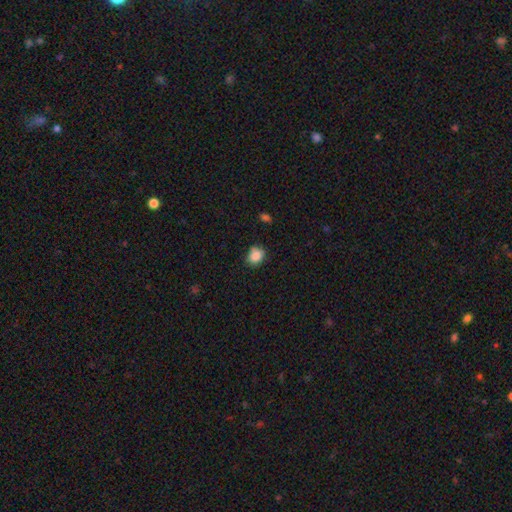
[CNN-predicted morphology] smooth 86%, star or artifact 9%, featured or disk 5%. Down the decision tree: how rounded — round (51%); merging — none (73%).